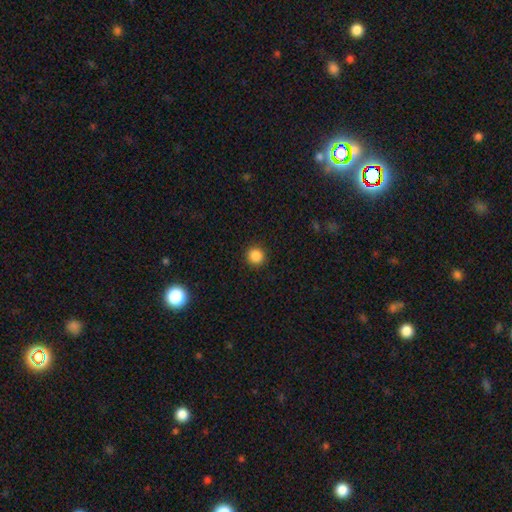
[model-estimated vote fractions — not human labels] Q: Smooth or featured?
A: smooth (87%); runner-up: star or artifact (10%)
Q: How rounded?
A: round (94%); runner-up: in between (5%)
Q: Merging?
A: none (92%); runner-up: minor disturbance (5%)